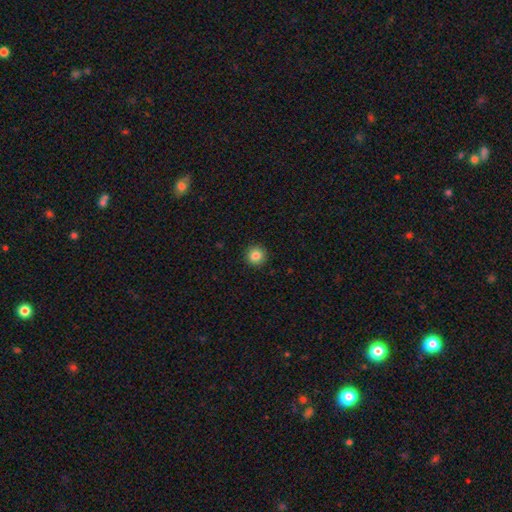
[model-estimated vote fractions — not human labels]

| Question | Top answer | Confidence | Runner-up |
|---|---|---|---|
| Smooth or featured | smooth | 85% | star or artifact (10%) |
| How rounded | round | 95% | in between (4%) |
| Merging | none | 93% | minor disturbance (5%) |